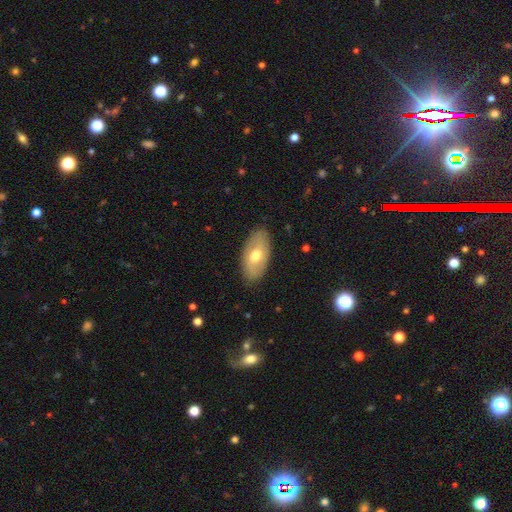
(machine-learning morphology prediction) smooth 60%, featured or disk 34%, star or artifact 6%. Down the decision tree: how rounded — in between (93%); merging — none (84%).